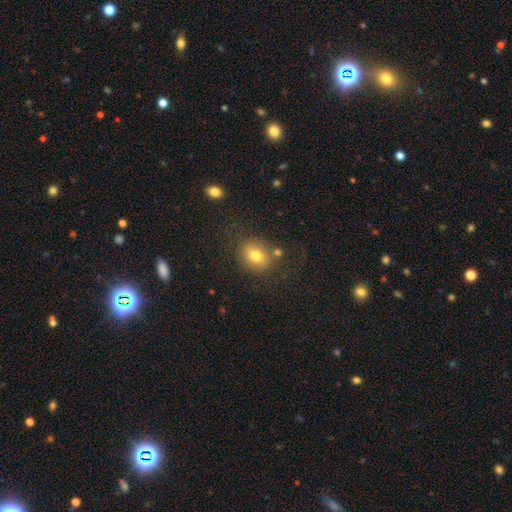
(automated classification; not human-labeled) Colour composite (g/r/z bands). It shows a smooth galaxy with no disk features (75%) that is round (54%). Merging: none (73%).